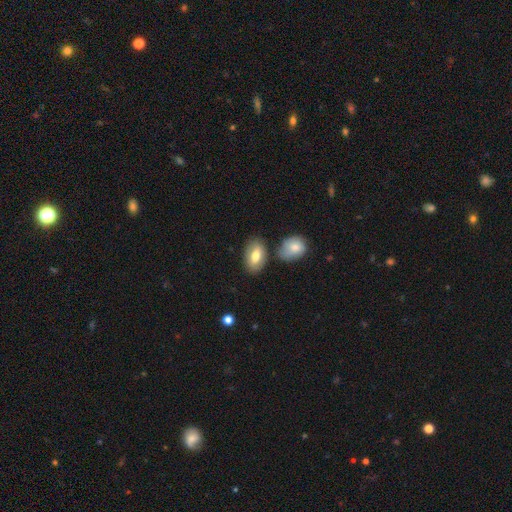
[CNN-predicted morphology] type=smooth (73%); roundness=in between (92%); merging=none (73%).